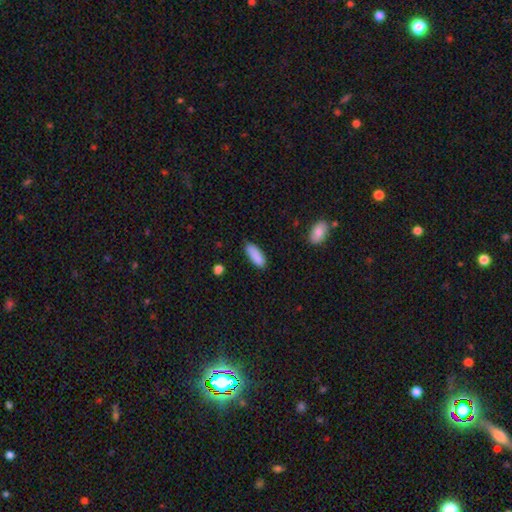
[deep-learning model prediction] This appears to be a smooth galaxy with no disk features (89%) that is in between round and cigar-shaped (68%). Merging: none (81%).